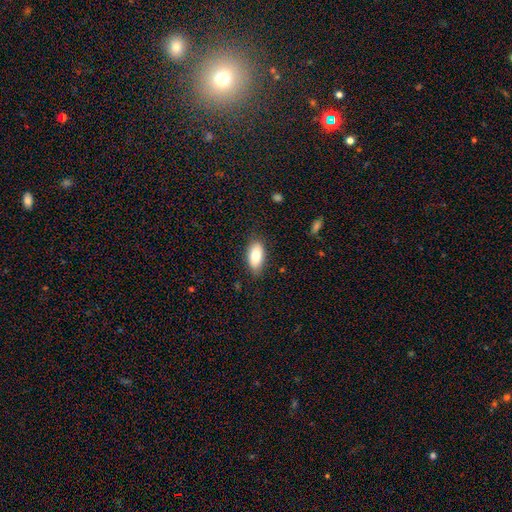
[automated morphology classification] Overall: smooth (82%). How rounded: in between (89%). Merging: none (83%).